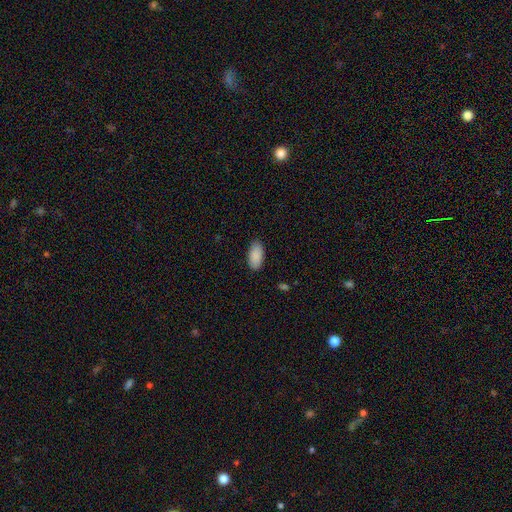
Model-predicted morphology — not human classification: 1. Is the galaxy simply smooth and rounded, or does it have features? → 90% smooth, 6% star or artifact, 4% featured or disk.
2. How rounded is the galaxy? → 93% in between, 5% cigar-shaped, 2% round.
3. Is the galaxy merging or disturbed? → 87% none, 10% minor disturbance, 2% major disturbance, 1% merger.